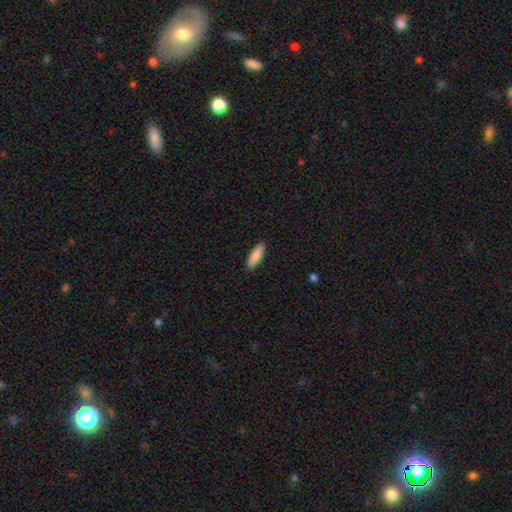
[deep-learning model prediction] Smooth or featured? Predicted: smooth (p=0.88). How rounded? Predicted: in between (p=0.54). Merging? Predicted: none (p=0.90).